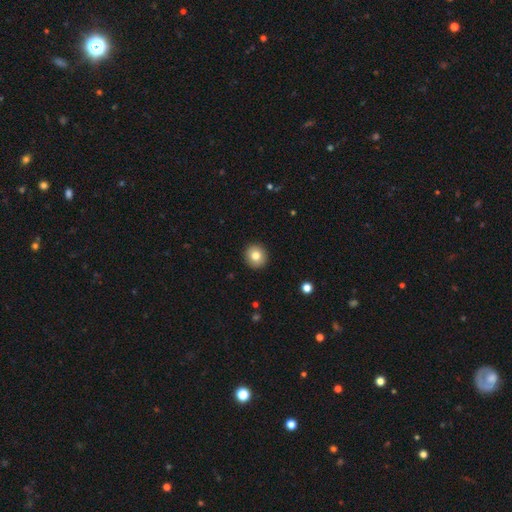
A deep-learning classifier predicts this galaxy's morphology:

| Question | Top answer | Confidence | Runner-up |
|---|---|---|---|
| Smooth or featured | smooth | 81% | featured or disk (10%) |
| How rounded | round | 92% | in between (7%) |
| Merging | none | 92% | minor disturbance (5%) |